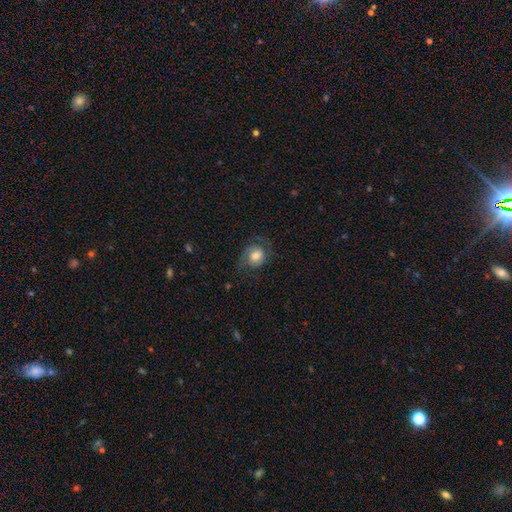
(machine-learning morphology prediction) type=smooth (52%); roundness=round (60%); merging=none (60%).